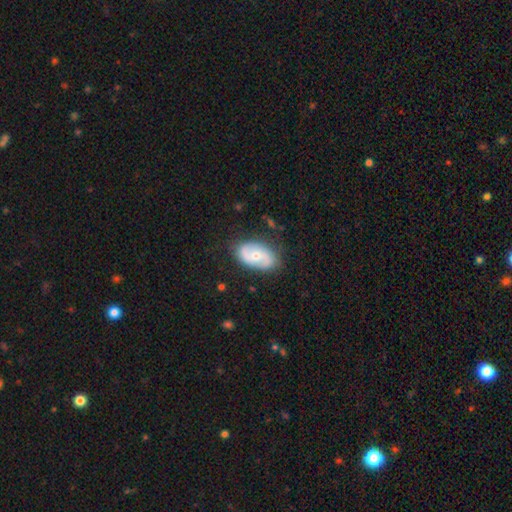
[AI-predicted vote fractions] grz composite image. It shows a featured or disk galaxy (66%) with no bar (63%), 2 (85%) medium (41%) spiral arms (82%) and a moderate central bulge (57%). Merging: none (79%).